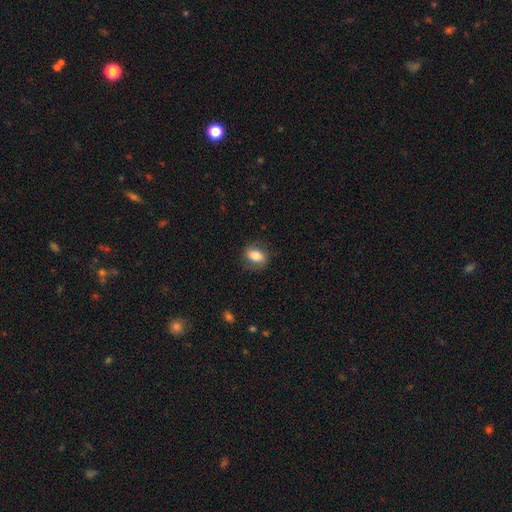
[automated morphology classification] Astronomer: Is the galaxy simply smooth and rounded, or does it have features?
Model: smooth — 75%.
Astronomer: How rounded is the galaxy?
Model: in between — 75%.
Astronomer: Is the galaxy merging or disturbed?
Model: none — 76%.